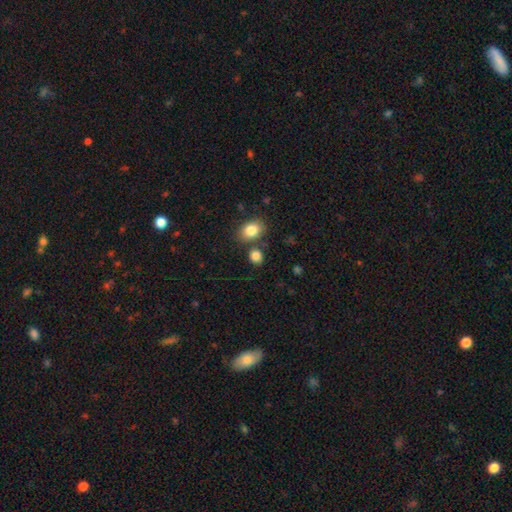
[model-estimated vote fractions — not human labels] Overall: smooth (85%). How rounded: round (59%; in between 40%). Merging: none (69%).